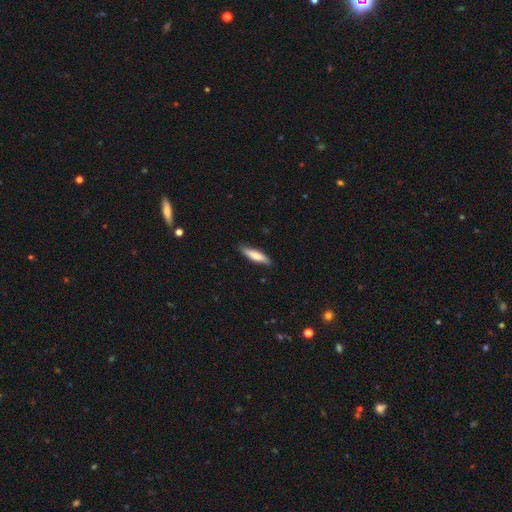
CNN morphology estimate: type=smooth (72%); roundness=cigar-shaped (75%); merging=none (87%).